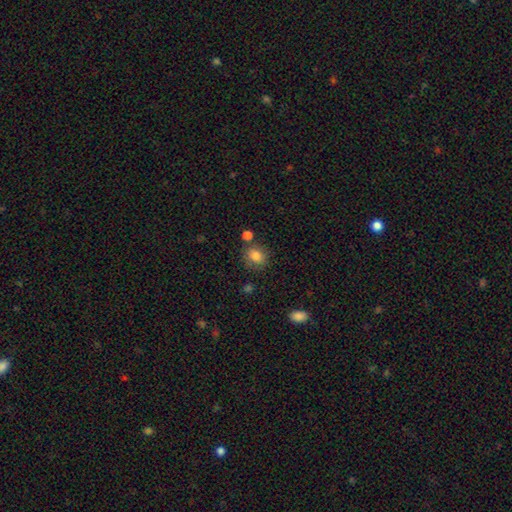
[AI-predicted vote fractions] The model was most divided on "how rounded": round: 65%, in between: 34%, cigar-shaped: 1%. More confident: smooth or featured — smooth (83%); merging — none (74%).